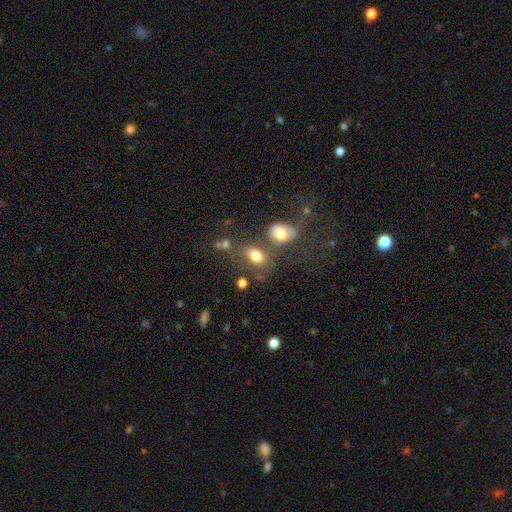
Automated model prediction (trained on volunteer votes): Smooth or featured? Predicted: smooth (p=0.77). How rounded? Predicted: in between (p=0.77). Merging? Predicted: none (p=0.53).